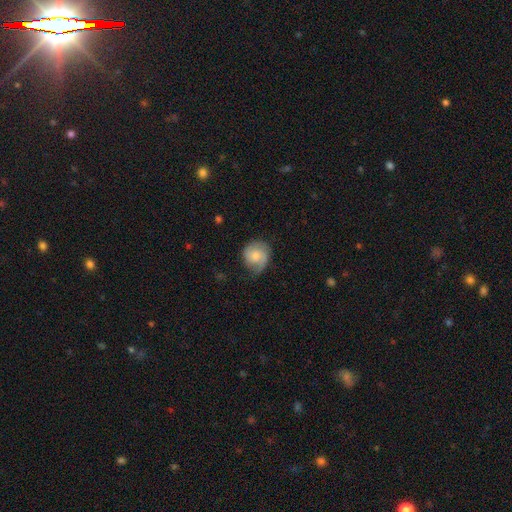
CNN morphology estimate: type=smooth (56%); roundness=round (79%); merging=none (56%).